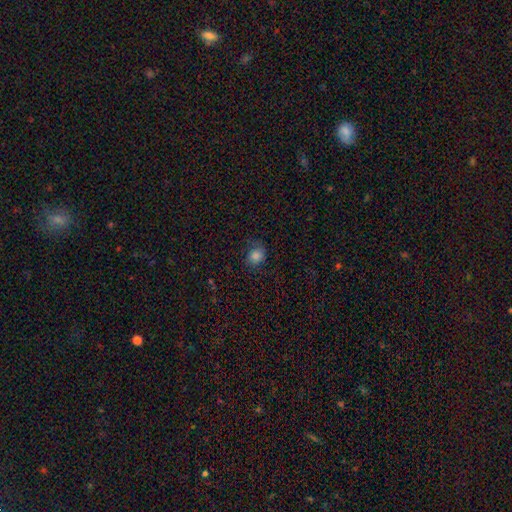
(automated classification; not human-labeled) A smooth galaxy with no disk features (81%) that is round (62%).

Vote fractions:
- Smooth or featured? smooth: 81% / star or artifact: 11% / featured or disk: 7%
- How rounded? round: 62% / in between: 38% / cigar-shaped: 1%
- Merging? none: 65% / minor disturbance: 23% / major disturbance: 10% / merger: 1%